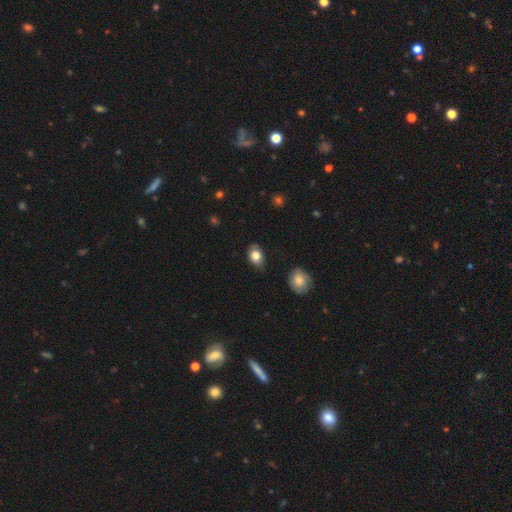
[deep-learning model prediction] Overall: smooth (81%). How rounded: in between (76%). Merging: none (71%).